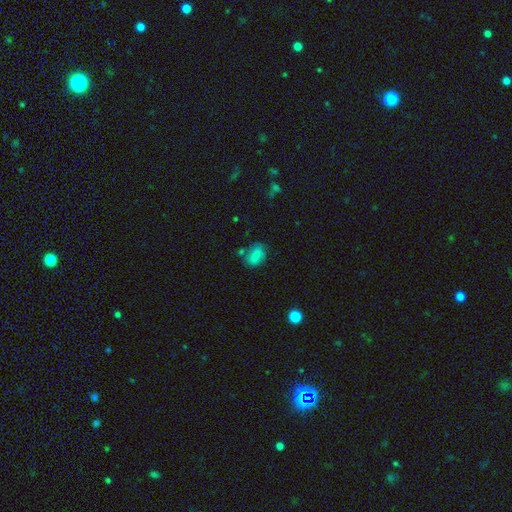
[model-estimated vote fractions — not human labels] The model was most divided on "merging": none: 62%, minor disturbance: 22%, merger: 9%, major disturbance: 7%. More confident: smooth or featured — smooth (76%); how rounded — in between (74%).